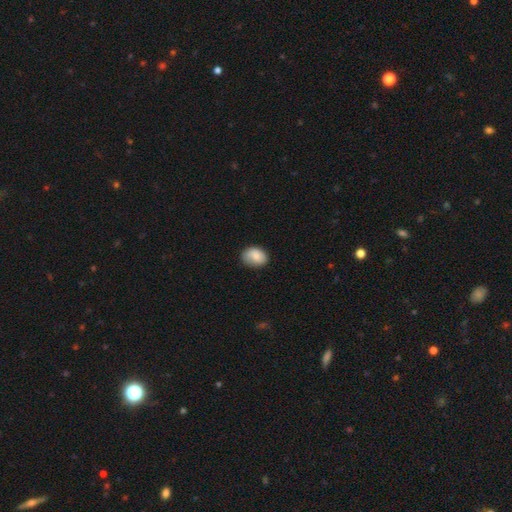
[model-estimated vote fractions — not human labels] Smooth or featured: smooth — 81% (featured or disk — 12%)
How rounded: in between — 73% (round — 26%)
Merging: none — 72% (minor disturbance — 23%)